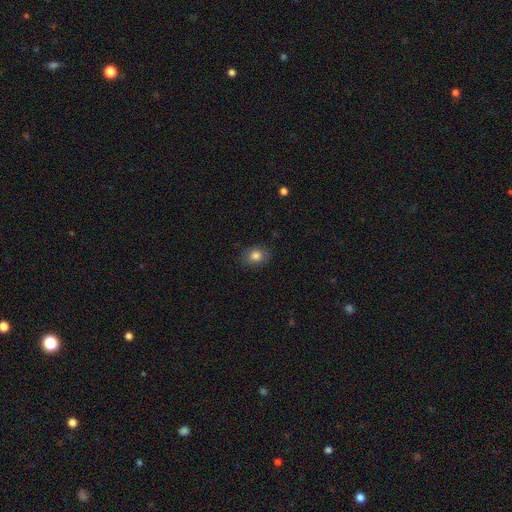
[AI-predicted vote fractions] Q: Smooth or featured?
A: smooth (82%); runner-up: star or artifact (10%)
Q: How rounded?
A: in between (56%); runner-up: round (43%)
Q: Merging?
A: none (83%); runner-up: minor disturbance (13%)